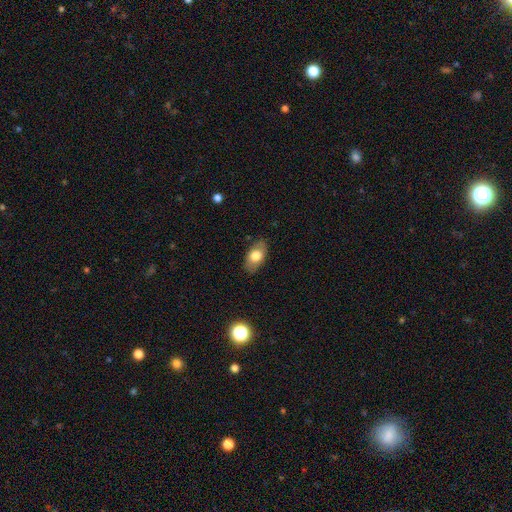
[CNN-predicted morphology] This is likely a smooth galaxy (72%). How rounded: clearly in between (91%). Merging: clearly none (82%).